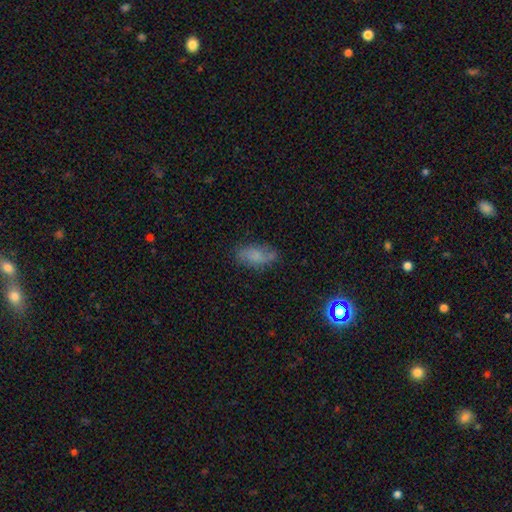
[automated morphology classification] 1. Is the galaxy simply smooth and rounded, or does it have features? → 69% smooth, 19% featured or disk, 12% star or artifact.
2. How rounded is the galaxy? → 87% in between, 8% cigar-shaped, 5% round.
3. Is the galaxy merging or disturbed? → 68% none, 22% minor disturbance, 7% major disturbance, 3% merger.